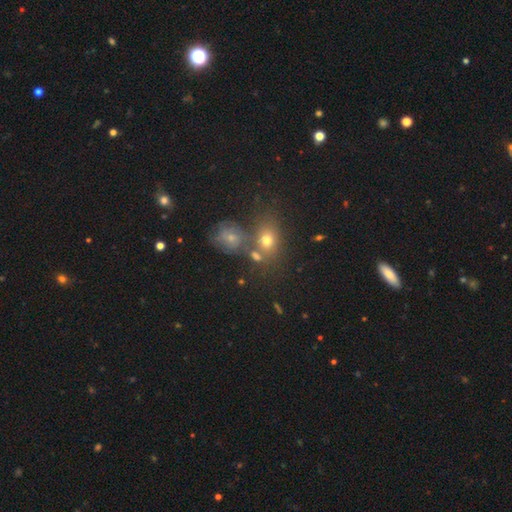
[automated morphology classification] Q: Smooth or featured?
A: smooth (55%); runner-up: star or artifact (28%)
Q: How rounded?
A: round (51%); runner-up: in between (47%)
Q: Merging?
A: none (52%); runner-up: merger (32%)